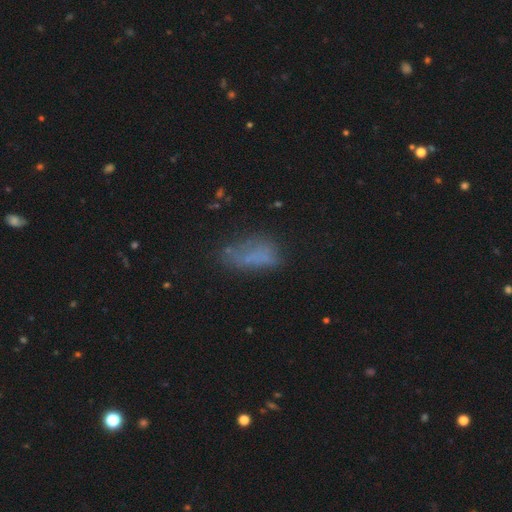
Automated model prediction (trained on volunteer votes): Smooth or featured?
  - smooth: 57% *
  - featured or disk: 25%
  - star or artifact: 17%
How rounded?
  - in between: 81% *
  - cigar-shaped: 14%
  - round: 4%
Merging?
  - none: 44% *
  - minor disturbance: 26%
  - major disturbance: 23%
  - merger: 7%